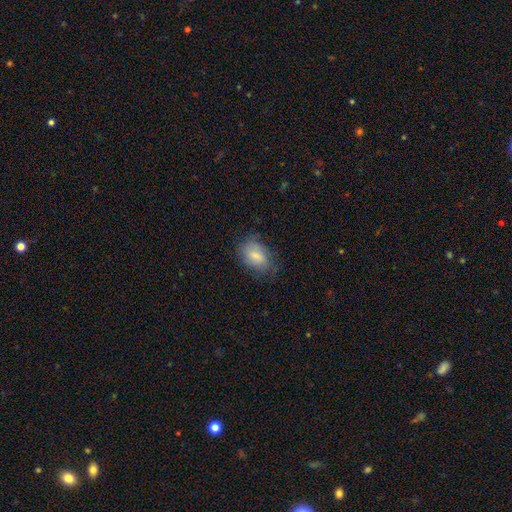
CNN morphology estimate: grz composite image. It shows a smooth galaxy with no disk features (77%) that is in between round and cigar-shaped (88%). Merging: none (65%).